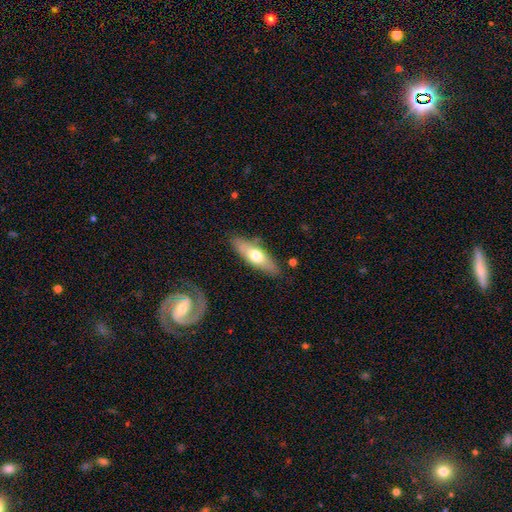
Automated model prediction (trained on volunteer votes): A smooth galaxy with no disk features (56%) that is in between round and cigar-shaped (51%). Merging: none (79%).